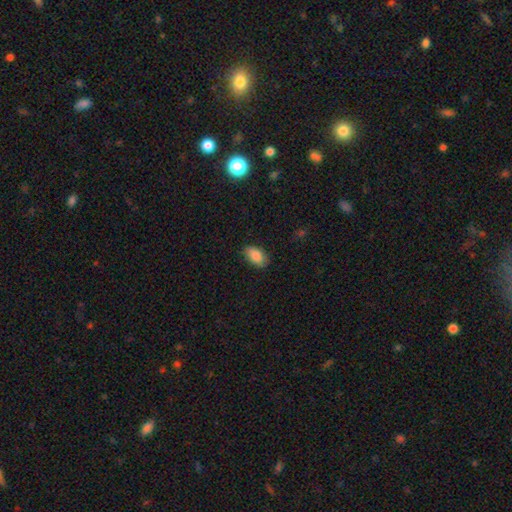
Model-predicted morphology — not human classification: This appears to be a smooth galaxy with no disk features (87%) that is in between round and cigar-shaped (93%). Merging: none (83%).